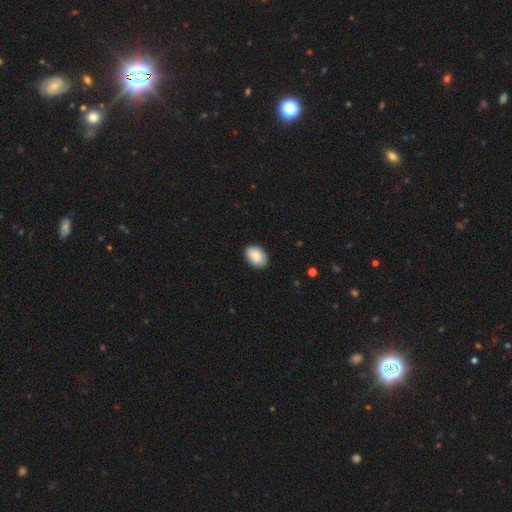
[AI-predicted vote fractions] Smooth or featured? Predicted: smooth (p=0.87). How rounded? Predicted: in between (p=0.85). Merging? Predicted: none (p=0.86).